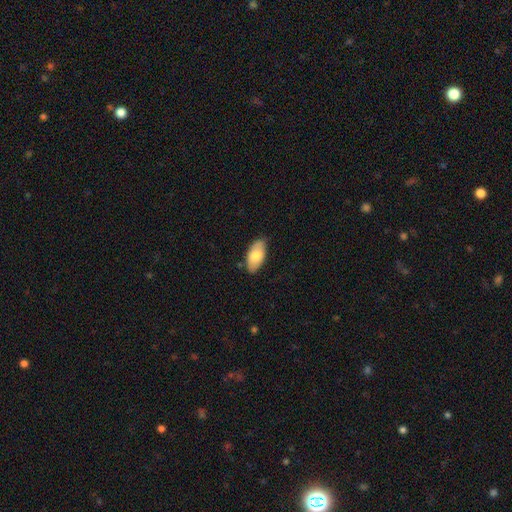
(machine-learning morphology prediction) A smooth galaxy with no disk features (77%) that is in between round and cigar-shaped (94%). Merging: none (78%).